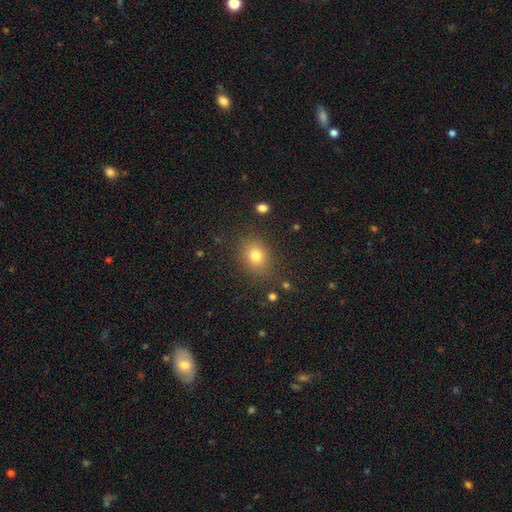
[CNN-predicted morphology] smooth-or-featured: smooth: 77% | star or artifact: 14% | featured or disk: 9%
  how-rounded: round: 50% | in between: 49% | cigar-shaped: 1%
  merging: none: 83% | minor disturbance: 11% | major disturbance: 4% | merger: 2%